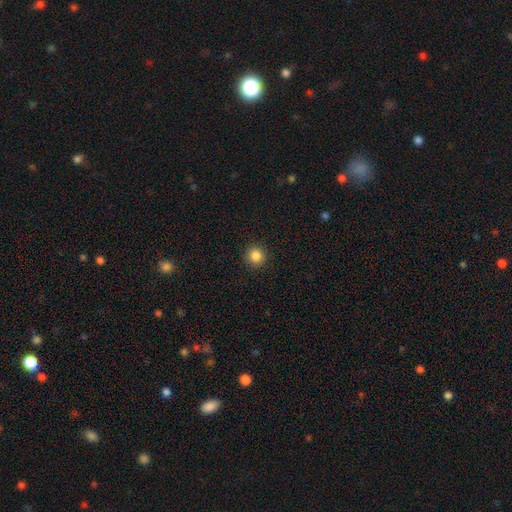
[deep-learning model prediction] Smooth or featured? smooth (86%)
How rounded? round (93%)
Merging? none (92%)